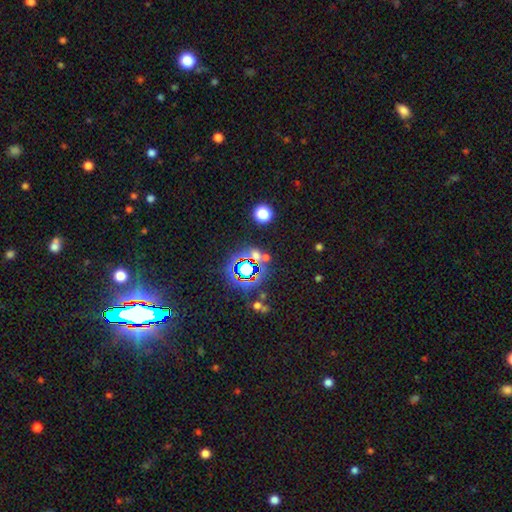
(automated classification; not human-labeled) This is possibly a star or artifact rather than a galaxy (59%).